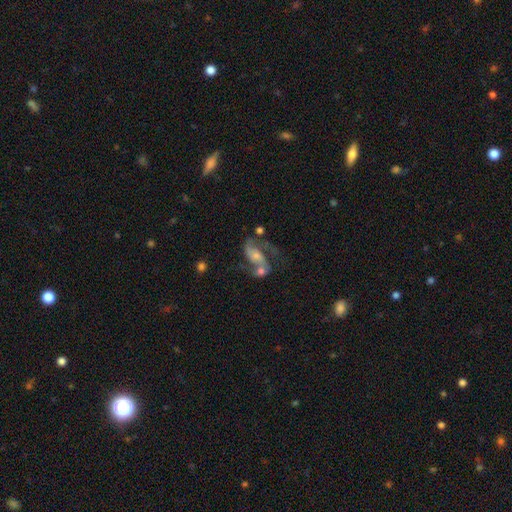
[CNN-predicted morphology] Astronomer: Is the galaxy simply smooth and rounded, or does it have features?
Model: featured or disk — 76%.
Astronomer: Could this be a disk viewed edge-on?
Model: no — 96%.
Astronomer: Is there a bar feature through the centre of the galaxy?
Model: no — 51% (runner-up: weak, 35%).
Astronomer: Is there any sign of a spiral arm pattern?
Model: yes — 89%.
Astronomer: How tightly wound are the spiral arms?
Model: loose — 52% (runner-up: medium, 38%).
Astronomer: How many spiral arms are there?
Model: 2 — 82%.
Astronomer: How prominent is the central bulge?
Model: small — 39% (runner-up: moderate, 37%).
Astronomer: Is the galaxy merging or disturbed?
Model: merger — 35% (runner-up: none, 33%).